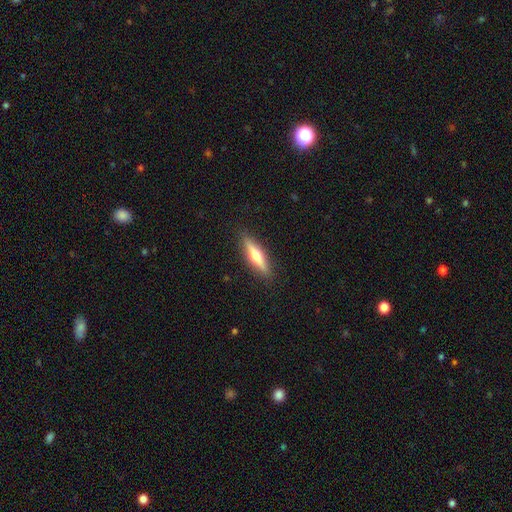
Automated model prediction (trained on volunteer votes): A featured or disk galaxy (54%) viewed edge-on (94%) with a rounded central bulge (92%). Merging: none (89%).